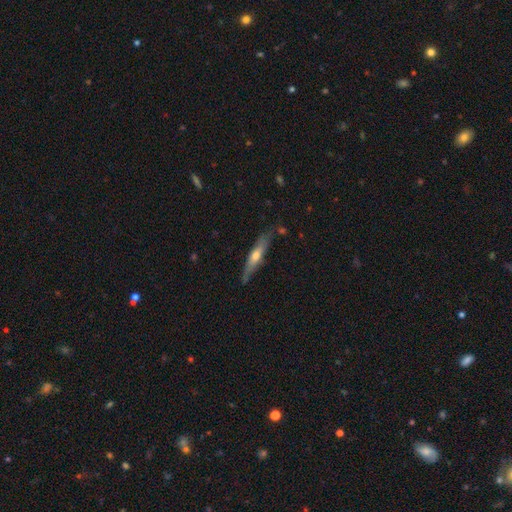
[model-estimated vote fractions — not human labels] smooth_or_featured: featured or disk (p=0.53) [alt: smooth p=0.42]
disk_edge_on: yes (p=0.90) [alt: no p=0.10]
merging: none (p=0.78) [alt: minor disturbance p=0.16]